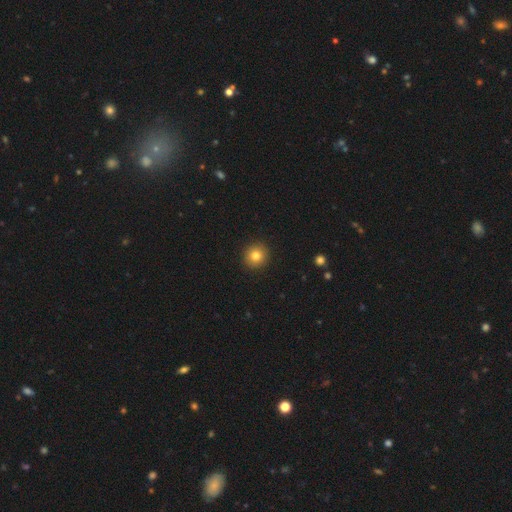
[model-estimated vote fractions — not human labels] Morphology: type=smooth (81%); roundness=round (93%); merging=none (93%).